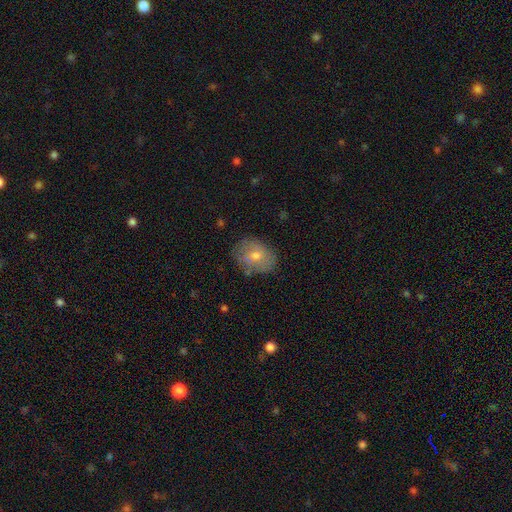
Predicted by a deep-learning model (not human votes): Overall: smooth (63%; featured or disk 27%). How rounded: in between (60%; round 39%). Merging: none (78%).